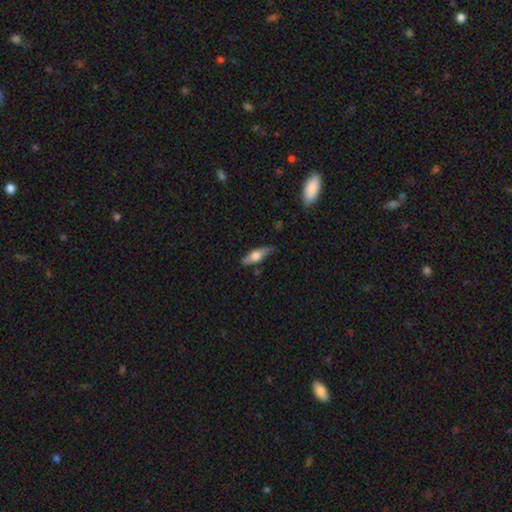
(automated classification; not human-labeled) A smooth galaxy with no disk features (53%) that is in between round and cigar-shaped (52%). Merging: none (76%).